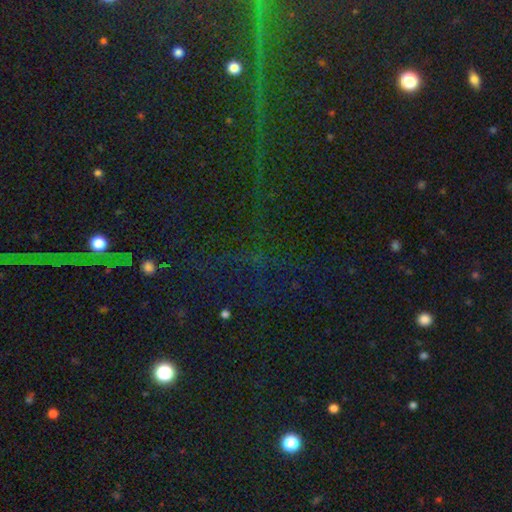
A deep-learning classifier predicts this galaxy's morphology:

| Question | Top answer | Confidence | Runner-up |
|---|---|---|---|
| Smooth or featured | star or artifact | 80% | smooth (12%) |